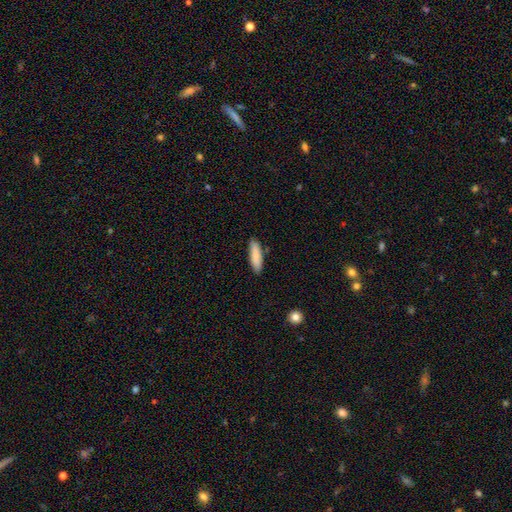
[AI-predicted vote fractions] Overall: smooth (85%). How rounded: cigar-shaped (65%; in between 34%). Merging: none (86%).